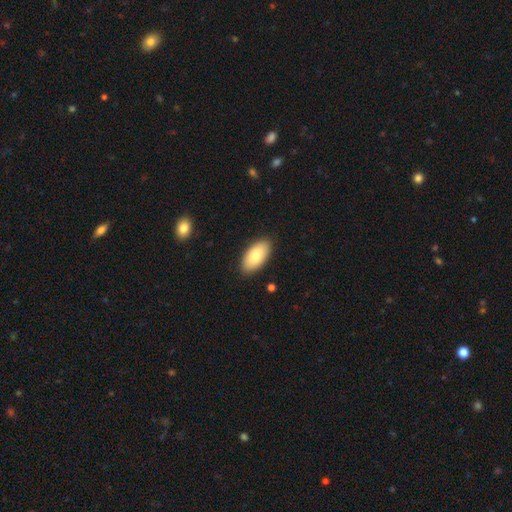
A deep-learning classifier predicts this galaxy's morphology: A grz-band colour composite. It shows a smooth galaxy with no disk features (83%) that is in between round and cigar-shaped (95%). Merging: none (88%).